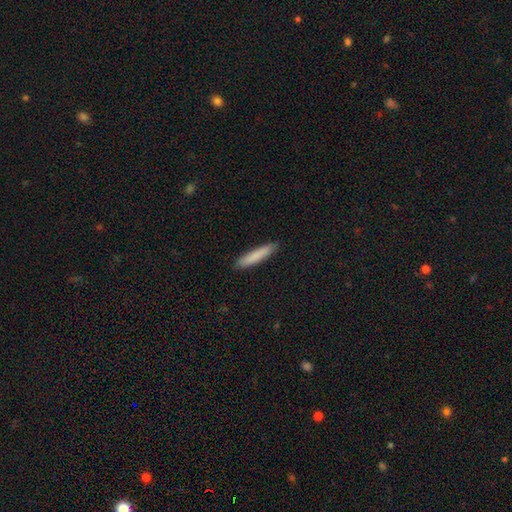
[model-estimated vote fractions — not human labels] A smooth galaxy with no disk features (83%) that is cigar-shaped (90%). Merging: none (89%).